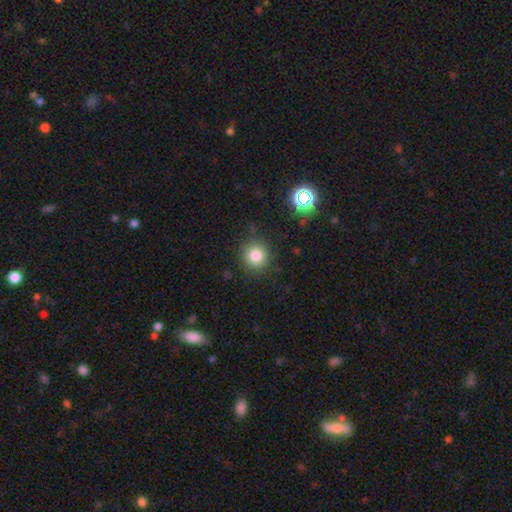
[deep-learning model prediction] smooth_or_featured: smooth (p=0.81) [alt: star or artifact p=0.13]
how_rounded: round (p=0.93) [alt: in between p=0.07]
merging: none (p=0.87) [alt: minor disturbance p=0.09]